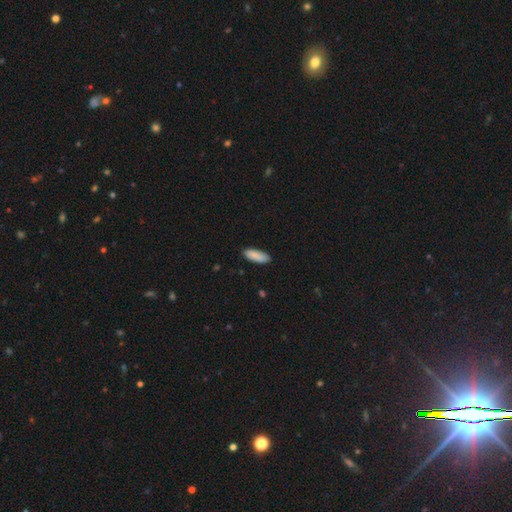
Smooth or featured: smooth — 83% (featured or disk — 8%)
How rounded: in between — 87% (cigar-shaped — 13%)
Merging: none — 73% (minor disturbance — 21%)